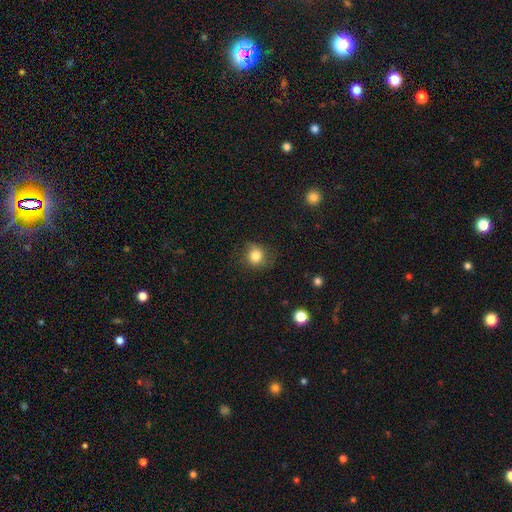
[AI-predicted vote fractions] Morphology: type=smooth (80%); roundness=round (80%); merging=none (72%).